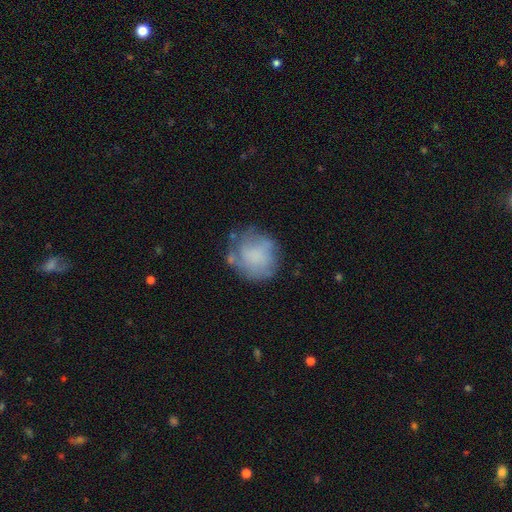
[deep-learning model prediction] Smooth or featured?
  - smooth: 56% *
  - featured or disk: 34%
  - star or artifact: 9%
How rounded?
  - round: 82% *
  - in between: 17%
  - cigar-shaped: 1%
Merging?
  - none: 57% *
  - minor disturbance: 25%
  - major disturbance: 14%
  - merger: 4%